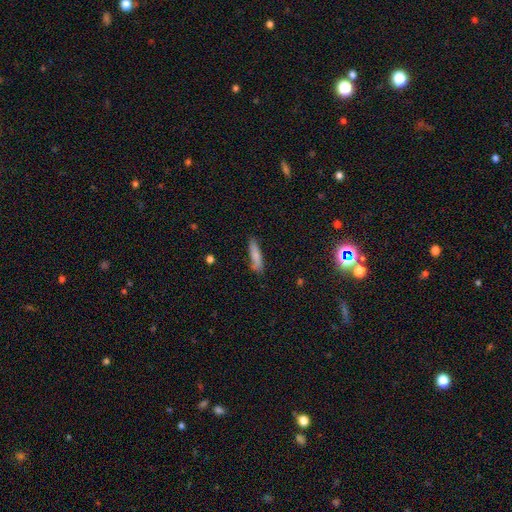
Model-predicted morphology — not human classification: A smooth galaxy with no disk features (79%) that is cigar-shaped (76%).

Vote fractions:
- Smooth or featured? smooth: 79% / featured or disk: 14% / star or artifact: 7%
- How rounded? cigar-shaped: 76% / in between: 22% / round: 2%
- Merging? none: 77% / minor disturbance: 17% / major disturbance: 3% / merger: 3%